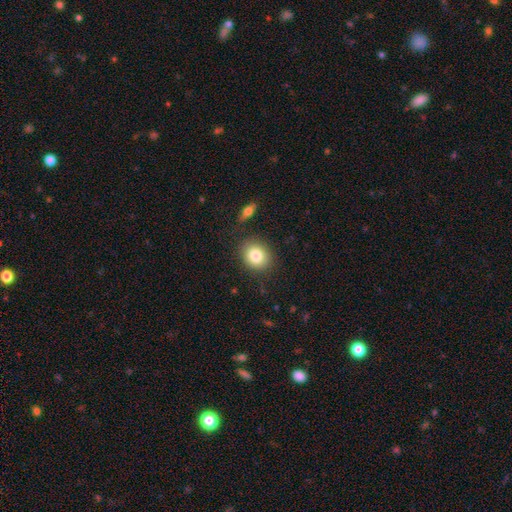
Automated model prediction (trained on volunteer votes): smooth_or_featured: smooth (p=0.82) [alt: star or artifact p=0.09]
how_rounded: round (p=0.66) [alt: in between p=0.33]
merging: none (p=0.84) [alt: minor disturbance p=0.10]